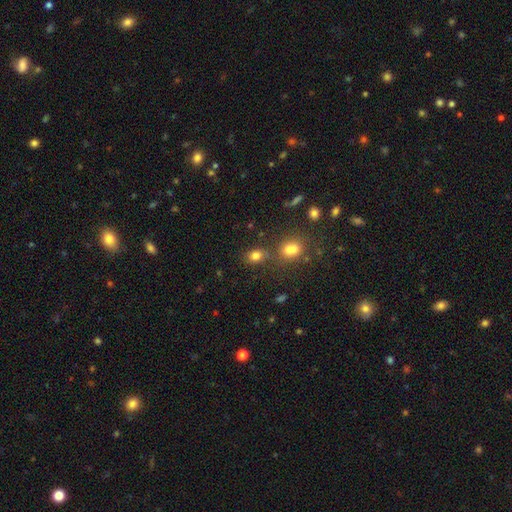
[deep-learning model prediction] Q: Smooth or featured?
A: smooth (78%); runner-up: star or artifact (14%)
Q: How rounded?
A: in between (52%); runner-up: round (47%)
Q: Merging?
A: none (64%); runner-up: merger (19%)